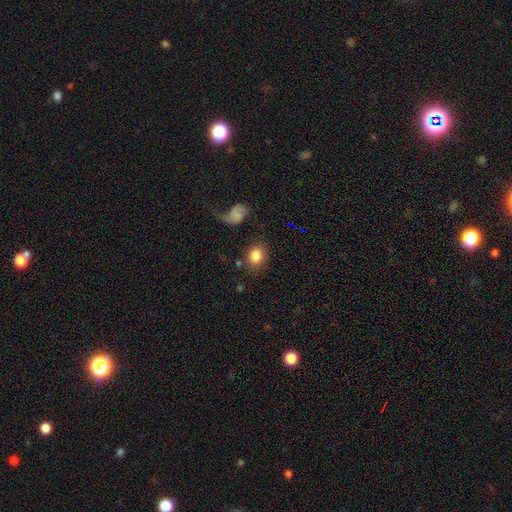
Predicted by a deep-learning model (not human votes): This appears to be a smooth galaxy with no disk features (83%) that is round (50%). Merging: none (74%).